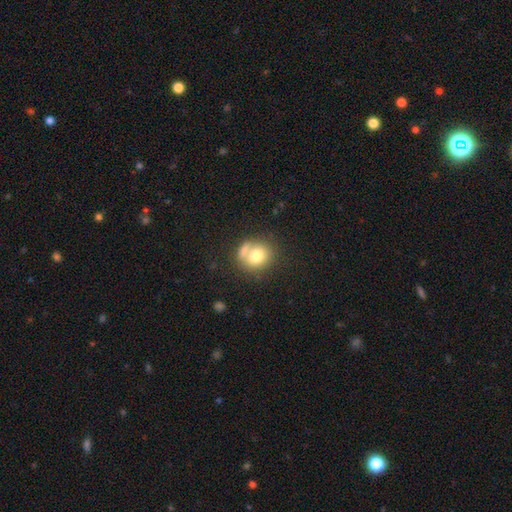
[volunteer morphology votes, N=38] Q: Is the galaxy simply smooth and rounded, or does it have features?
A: smooth — 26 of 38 (68%).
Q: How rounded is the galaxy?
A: round — 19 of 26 (73%).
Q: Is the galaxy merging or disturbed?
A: none — 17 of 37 (46%).